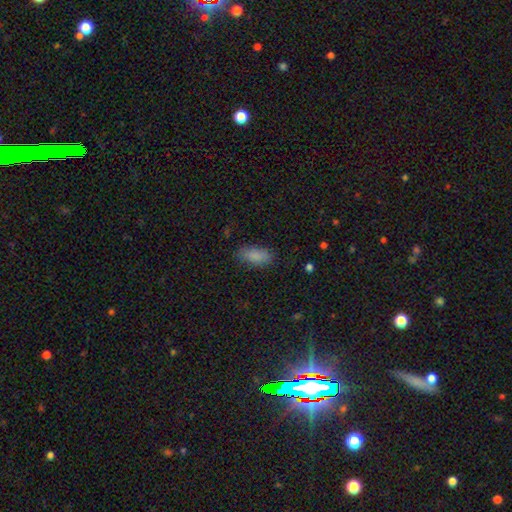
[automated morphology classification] Smooth or featured? Predicted: smooth (p=0.87). How rounded? Predicted: in between (p=0.86). Merging? Predicted: none (p=0.80).